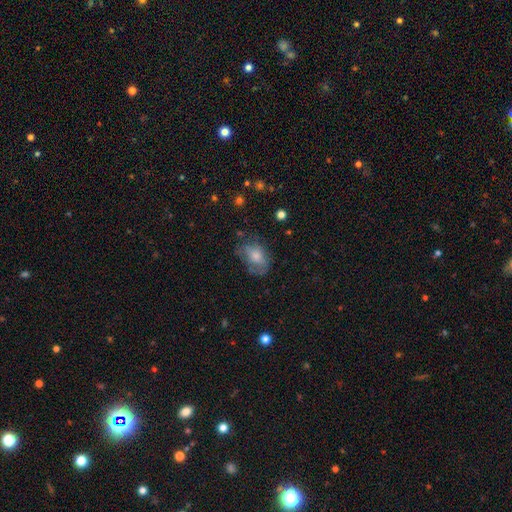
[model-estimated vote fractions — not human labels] smooth-or-featured: smooth: 65% | featured or disk: 26% | star or artifact: 9%
  how-rounded: in between: 78% | round: 21% | cigar-shaped: 2%
  merging: none: 45% | minor disturbance: 30% | major disturbance: 23% | merger: 2%